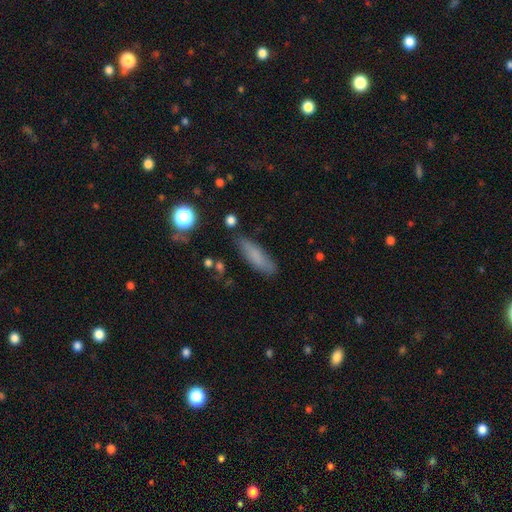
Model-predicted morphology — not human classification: Smooth or featured?
  - smooth: 75% *
  - featured or disk: 15%
  - star or artifact: 10%
How rounded?
  - cigar-shaped: 60% *
  - in between: 38%
  - round: 3%
Merging?
  - none: 78% *
  - minor disturbance: 16%
  - major disturbance: 4%
  - merger: 2%